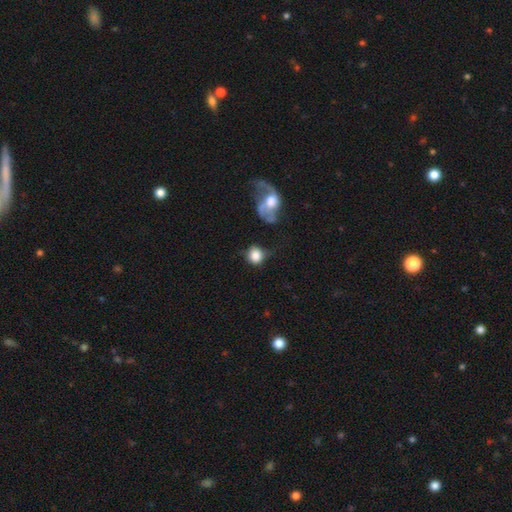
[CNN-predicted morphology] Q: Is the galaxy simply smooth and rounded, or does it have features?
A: smooth — 80%.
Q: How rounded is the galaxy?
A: round — 77%.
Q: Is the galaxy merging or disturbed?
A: none — 48%.